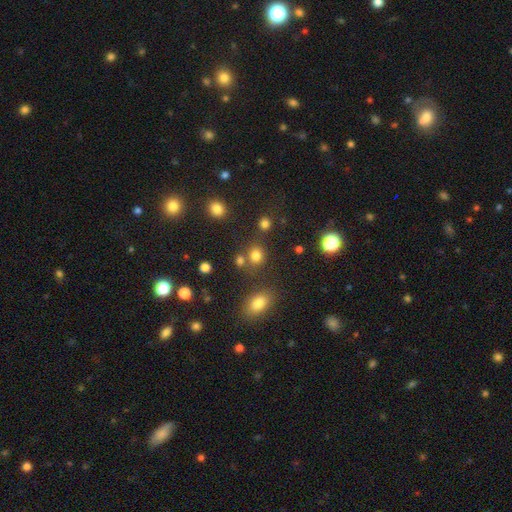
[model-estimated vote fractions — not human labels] Smooth or featured? smooth (78%)
How rounded? round (76%)
Merging? none (69%)